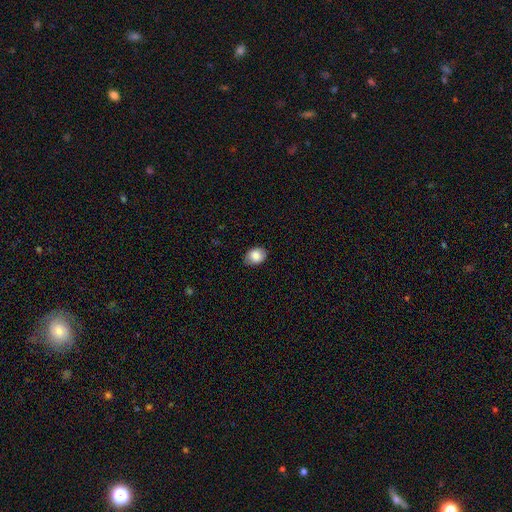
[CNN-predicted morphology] The model was most divided on "how rounded": in between: 66%, round: 33%, cigar-shaped: 1%. More confident: smooth or featured — smooth (84%); merging — none (81%).